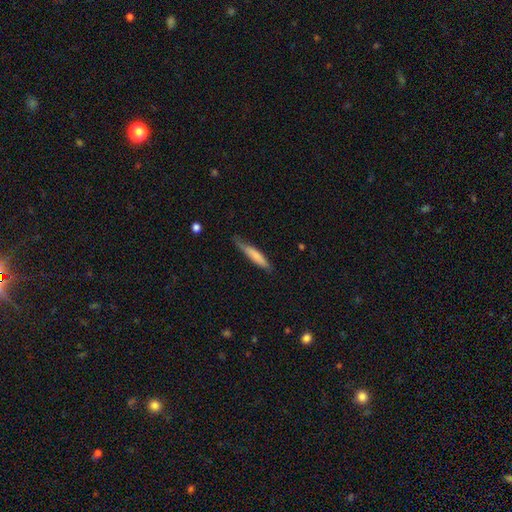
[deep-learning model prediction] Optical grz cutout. It shows a smooth galaxy with no disk features (74%) that is cigar-shaped (86%). Merging: none (63%).